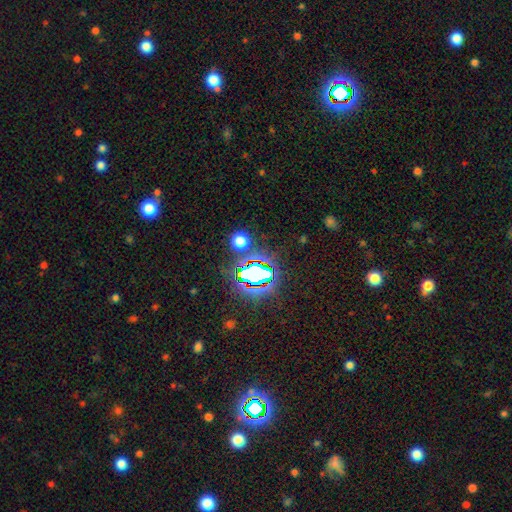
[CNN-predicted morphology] Smooth or featured?
  - star or artifact: 79% *
  - smooth: 14%
  - featured or disk: 8%